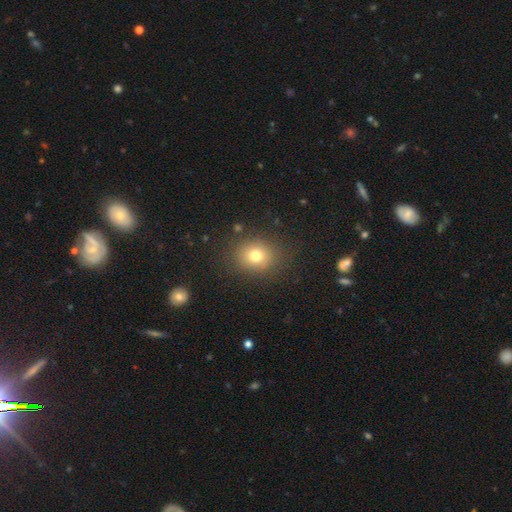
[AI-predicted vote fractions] A smooth galaxy with no disk features (76%) that is round (69%).

Vote fractions:
- Smooth or featured? smooth: 76% / star or artifact: 13% / featured or disk: 10%
- How rounded? round: 69% / in between: 31% / cigar-shaped: 1%
- Merging? none: 83% / minor disturbance: 11% / major disturbance: 4% / merger: 2%